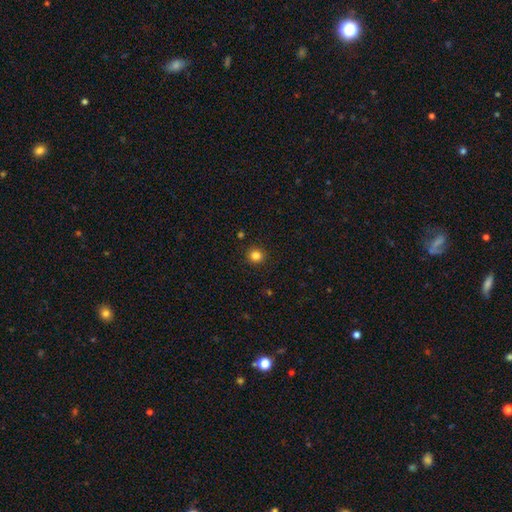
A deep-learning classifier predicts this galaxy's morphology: A smooth galaxy with no disk features (83%) that is round (93%). Merging: none (92%).